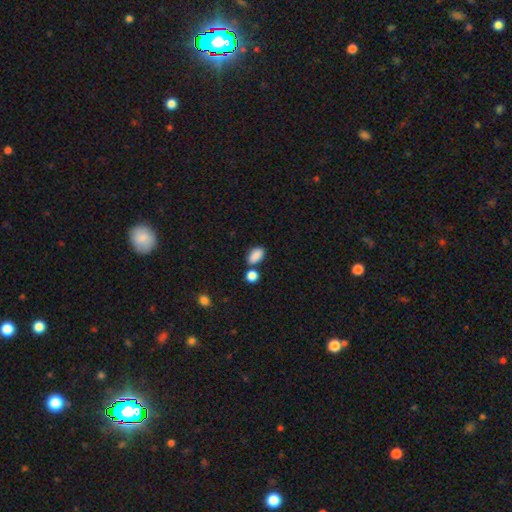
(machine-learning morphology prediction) Smooth or featured: smooth — 87% (star or artifact — 8%)
How rounded: in between — 90% (round — 8%)
Merging: none — 68% (merger — 16%)